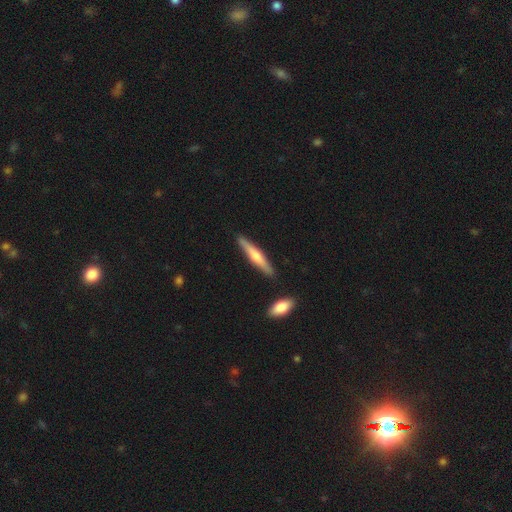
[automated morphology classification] Smooth or featured? featured or disk (49%)
Merging? none (87%)